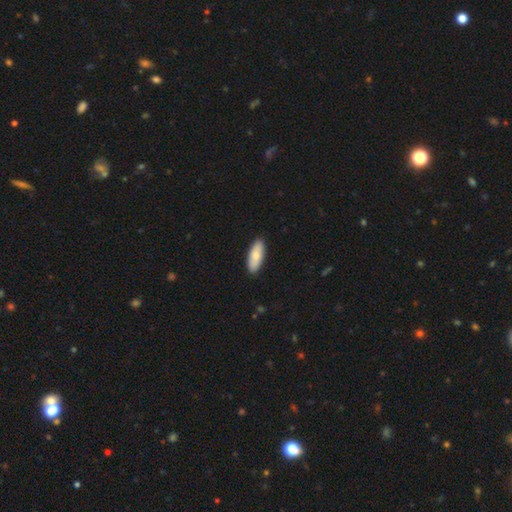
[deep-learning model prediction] The model was most divided on "how rounded": in between: 74%, cigar-shaped: 23%, round: 2%. More confident: merging — none (90%); smooth or featured — smooth (78%).